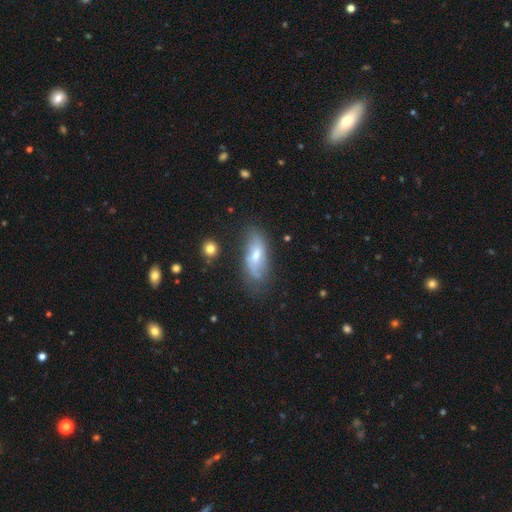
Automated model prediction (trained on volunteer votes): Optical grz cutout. It shows a featured or disk galaxy (47%). Merging: none (63%).